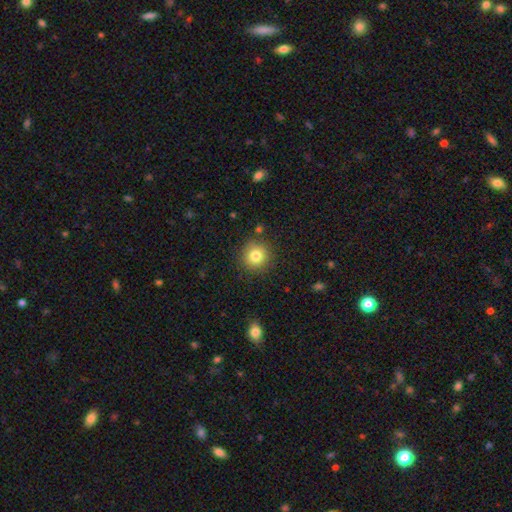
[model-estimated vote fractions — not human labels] The model was most divided on "smooth or featured": smooth: 81%, star or artifact: 11%, featured or disk: 8%. More confident: how rounded — round (93%); merging — none (87%).